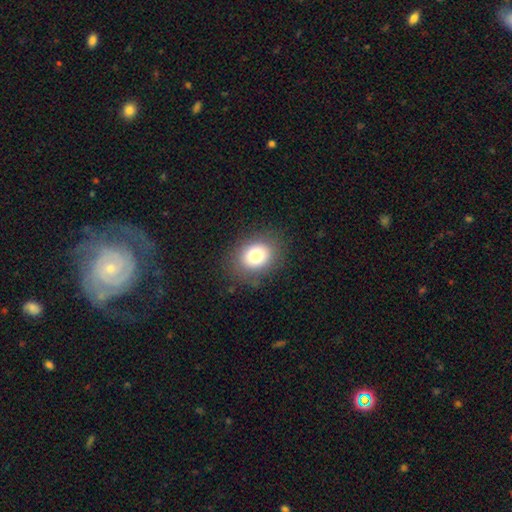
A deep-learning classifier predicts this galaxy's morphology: A smooth galaxy with no disk features (77%) that is round (53%).

Vote fractions:
- Smooth or featured? smooth: 77% / featured or disk: 12% / star or artifact: 11%
- How rounded? round: 53% / in between: 46% / cigar-shaped: 1%
- Merging? none: 82% / minor disturbance: 12% / major disturbance: 5% / merger: 1%